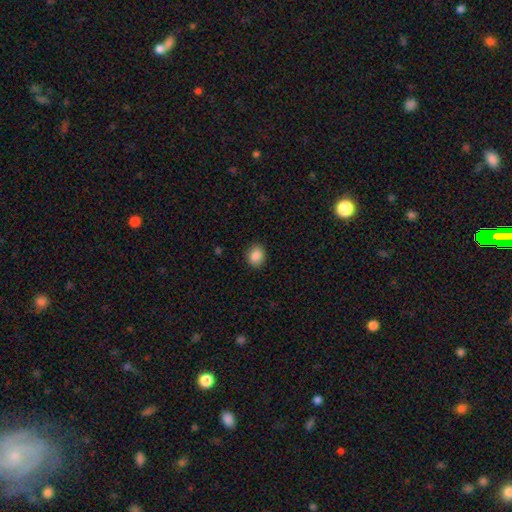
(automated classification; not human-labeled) A smooth galaxy with no disk features (88%) that is round (61%). Merging: none (89%).